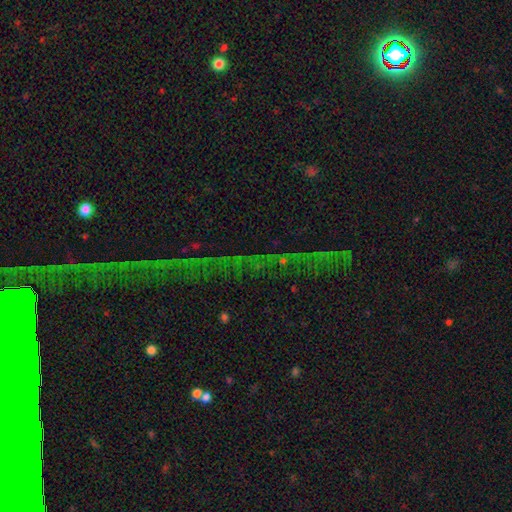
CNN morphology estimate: This is likely a star or artifact rather than a galaxy (73%).